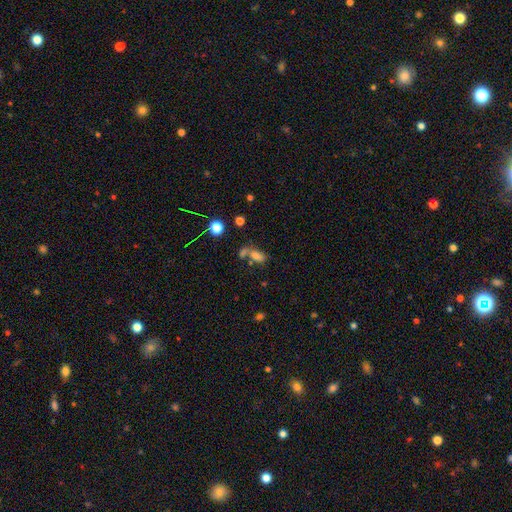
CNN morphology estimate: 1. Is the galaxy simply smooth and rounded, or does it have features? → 72% smooth, 15% star or artifact, 12% featured or disk.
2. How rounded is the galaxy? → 82% in between, 9% cigar-shaped, 9% round.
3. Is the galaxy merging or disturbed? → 39% merger (tied), 39% none (tied), 13% minor disturbance, 9% major disturbance.